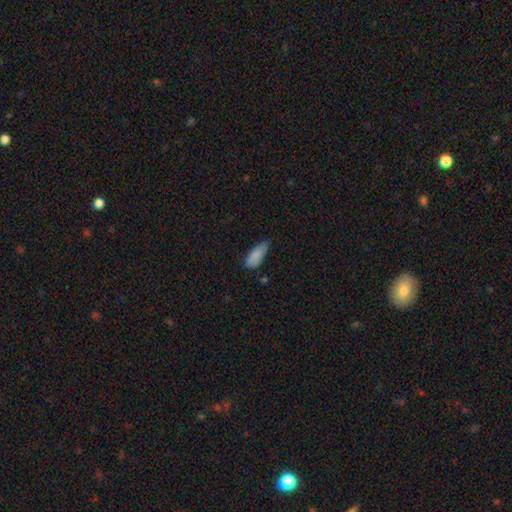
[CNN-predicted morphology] Overall: smooth (85%). How rounded: in between (82%). Merging: none (48%; minor disturbance 42%).